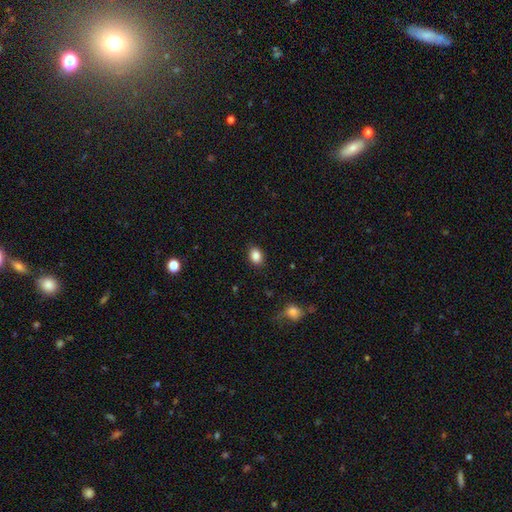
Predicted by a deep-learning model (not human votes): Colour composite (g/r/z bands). It shows a smooth galaxy with no disk features (87%) that is in between round and cigar-shaped (69%). Merging: none (87%).